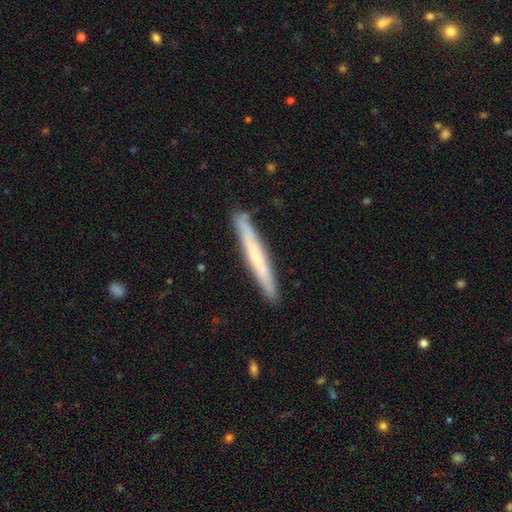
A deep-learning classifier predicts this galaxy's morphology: Smooth or featured: smooth — 48% (featured or disk — 46%)
Merging: none — 89% (minor disturbance — 8%)